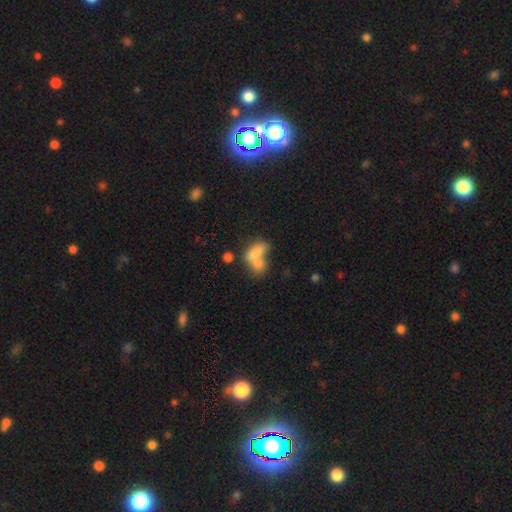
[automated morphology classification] Smooth or featured? smooth (74%)
How rounded? in between (83%)
Merging? merger (62%)